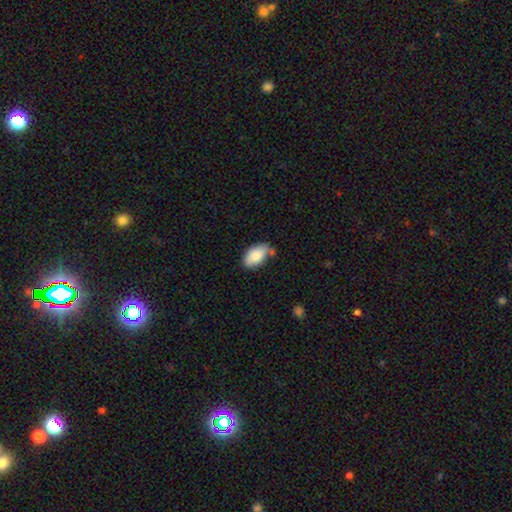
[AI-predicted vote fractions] This is clearly a smooth galaxy (86%). How rounded: clearly in between (94%). Merging: likely none (65%).